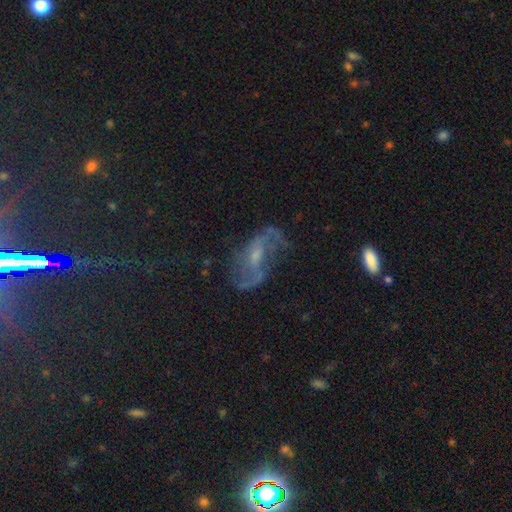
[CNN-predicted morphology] Overall: featured or disk (66%). Edge-on disk: no (93%). Bar: no (45%; weak 41%). Spiral arms: yes (88%). Spiral arm count: 2 (76%). Spiral winding: medium (42%; loose 39%). Bulge size: small (50%; moderate 39%). Merging: none (68%).